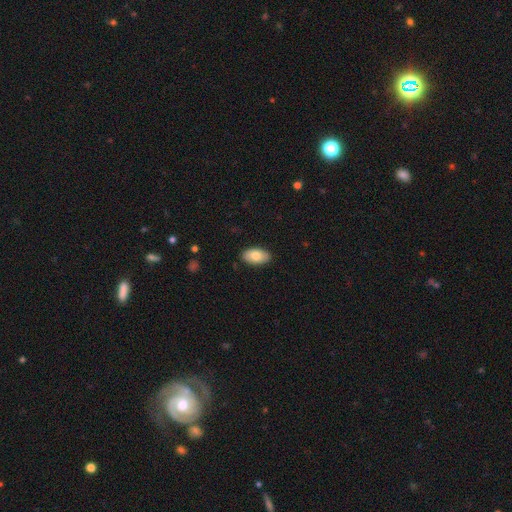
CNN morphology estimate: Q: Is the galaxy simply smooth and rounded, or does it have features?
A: smooth — 75%.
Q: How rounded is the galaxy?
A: in between — 94%.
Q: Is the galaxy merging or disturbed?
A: none — 88%.